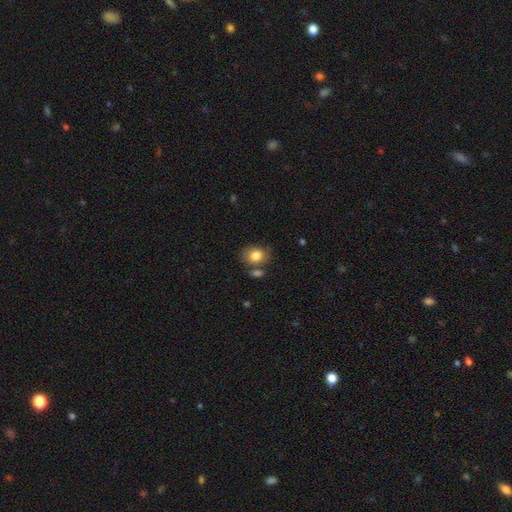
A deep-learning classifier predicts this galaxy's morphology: Smooth or featured?
  - smooth: 82% *
  - featured or disk: 9%
  - star or artifact: 8%
How rounded?
  - in between: 55% *
  - round: 44%
  - cigar-shaped: 1%
Merging?
  - none: 64% *
  - minor disturbance: 16%
  - merger: 15%
  - major disturbance: 5%